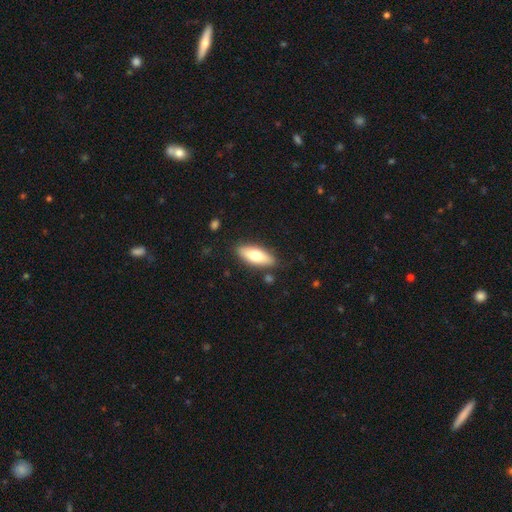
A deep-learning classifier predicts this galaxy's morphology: smooth 69%, featured or disk 25%, star or artifact 6%. Down the decision tree: how rounded — in between (67%); merging — none (85%).